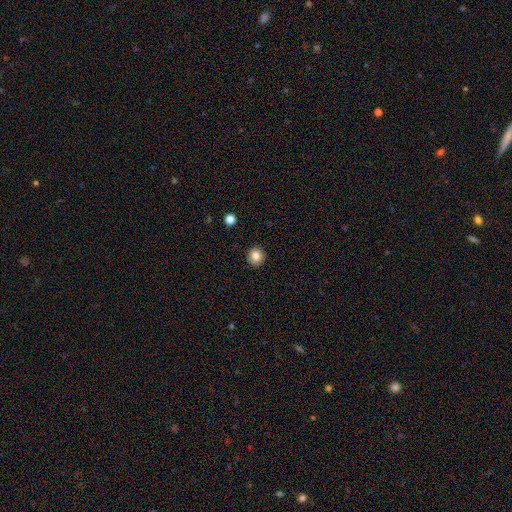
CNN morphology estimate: Smooth or featured?
  - smooth: 83% *
  - star or artifact: 10%
  - featured or disk: 7%
How rounded?
  - round: 91% *
  - in between: 8%
  - cigar-shaped: 1%
Merging?
  - none: 92% *
  - minor disturbance: 5%
  - major disturbance: 2%
  - merger: 1%